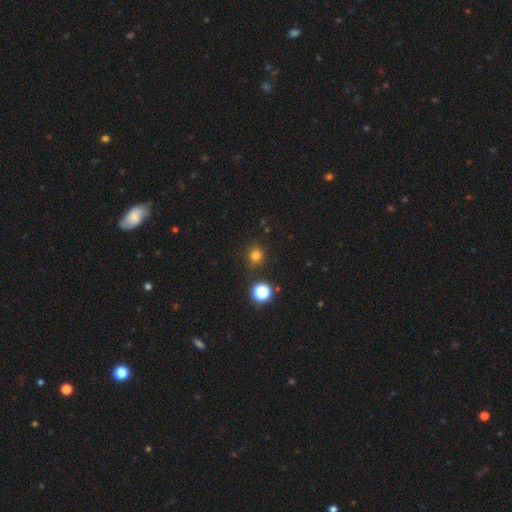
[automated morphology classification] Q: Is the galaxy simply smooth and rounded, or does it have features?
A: smooth — 77%.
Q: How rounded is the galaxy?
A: round — 90%.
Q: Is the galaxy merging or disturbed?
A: none — 87%.